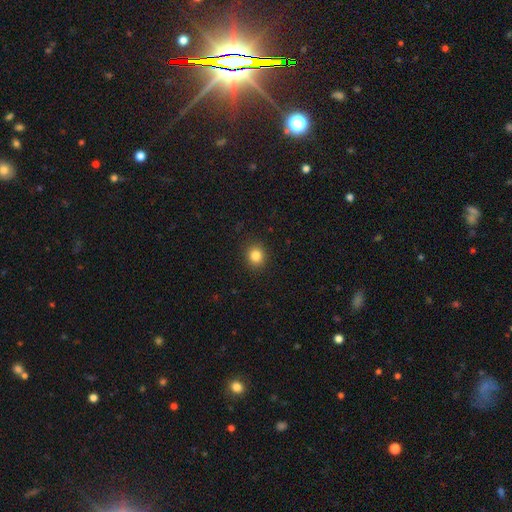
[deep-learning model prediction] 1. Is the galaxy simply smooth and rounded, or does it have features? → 84% smooth, 11% star or artifact, 5% featured or disk.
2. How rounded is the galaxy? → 82% round, 17% in between, 1% cigar-shaped.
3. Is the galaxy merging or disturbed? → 90% none, 6% minor disturbance, 2% major disturbance, 1% merger.